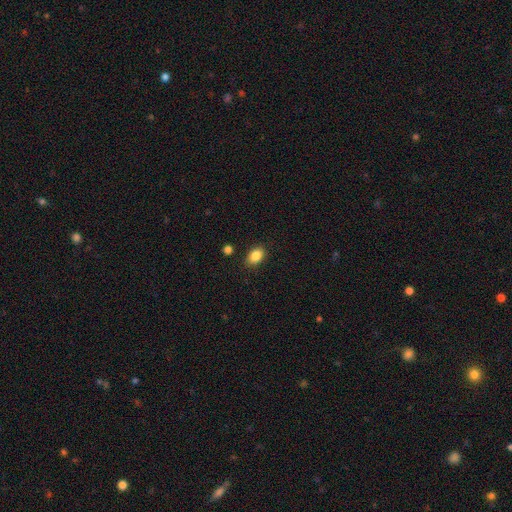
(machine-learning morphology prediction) Overall: smooth (85%). How rounded: in between (78%). Merging: none (86%).